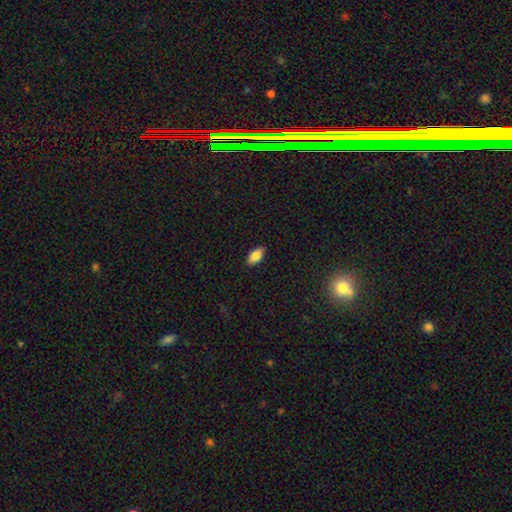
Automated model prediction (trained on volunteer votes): A smooth galaxy with no disk features (83%) that is in between round and cigar-shaped (91%). Merging: none (89%).